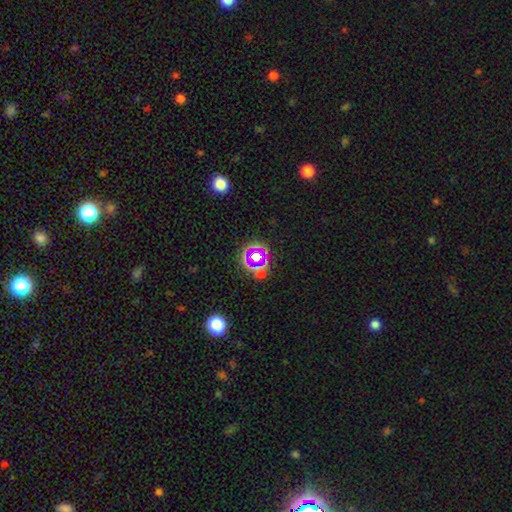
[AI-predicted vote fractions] Smooth or featured? Predicted: star or artifact (p=0.57).